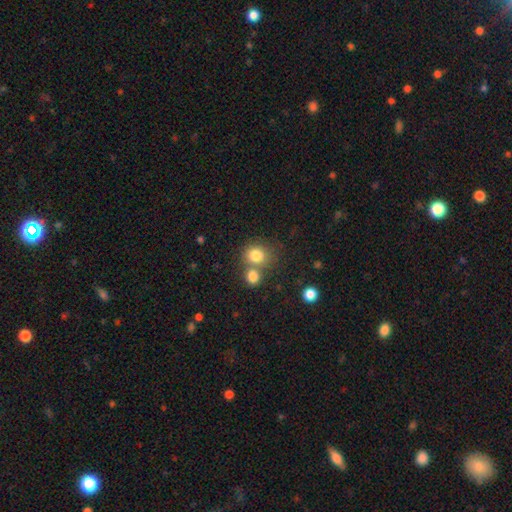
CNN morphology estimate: This appears to be a smooth galaxy with no disk features (81%) that is round (76%). Merging: none (52%).